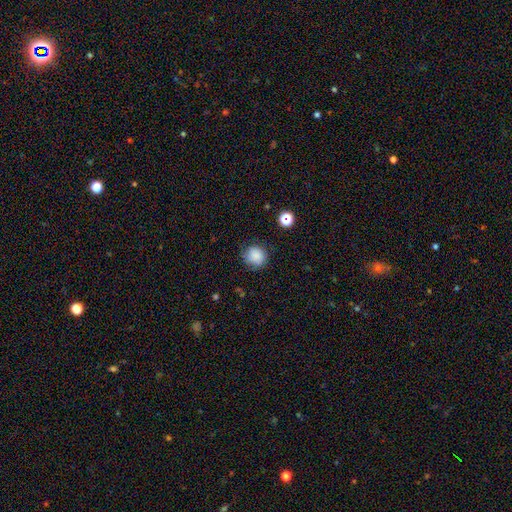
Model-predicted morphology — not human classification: Smooth or featured? Predicted: smooth (p=0.82). How rounded? Predicted: round (p=0.87). Merging? Predicted: none (p=0.73).